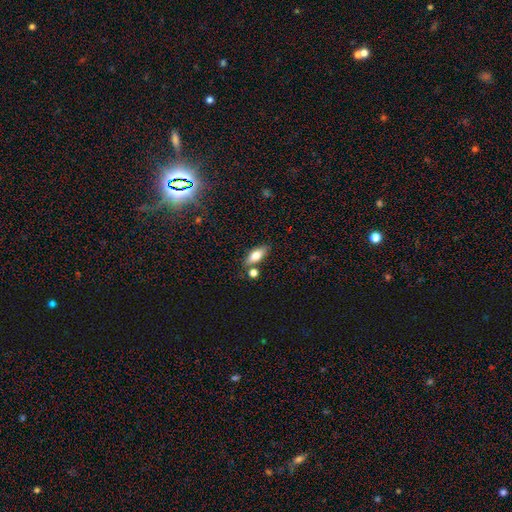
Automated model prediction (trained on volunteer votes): Morphology: type=smooth (74%); roundness=in between (76%); merging=none (75%).